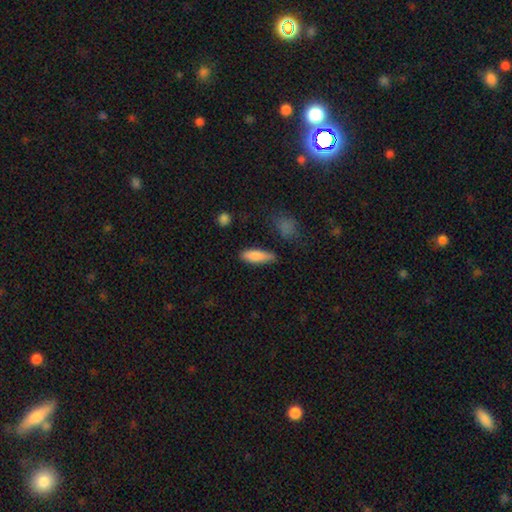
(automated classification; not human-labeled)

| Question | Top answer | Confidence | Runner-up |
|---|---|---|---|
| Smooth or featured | smooth | 85% | featured or disk (9%) |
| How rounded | in between | 50% | cigar-shaped (48%) |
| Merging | none | 72% | minor disturbance (20%) |